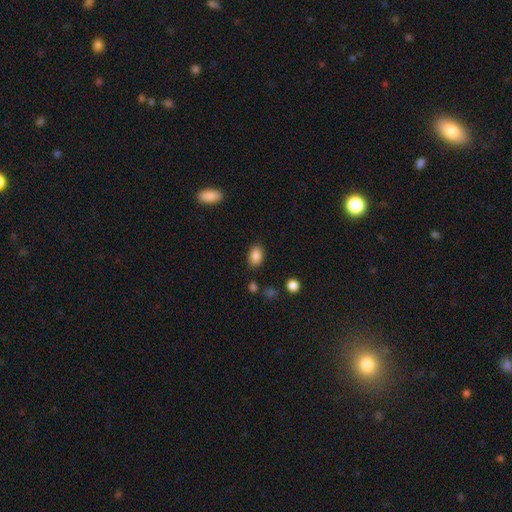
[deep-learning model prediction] Overall: smooth (87%). How rounded: in between (85%). Merging: none (84%).